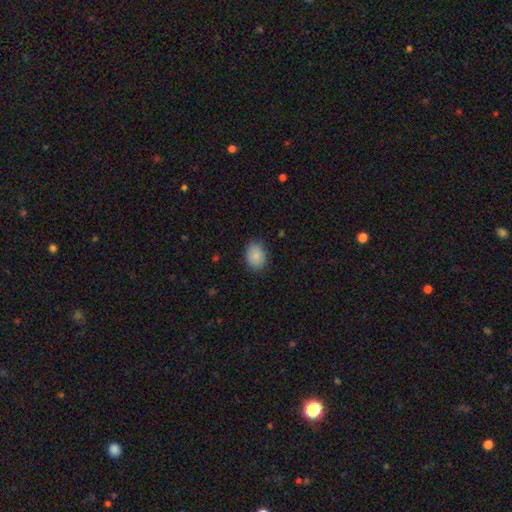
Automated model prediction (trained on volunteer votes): The model was most divided on "how rounded": in between: 60%, round: 39%, cigar-shaped: 1%. More confident: smooth or featured — smooth (86%); merging — none (82%).